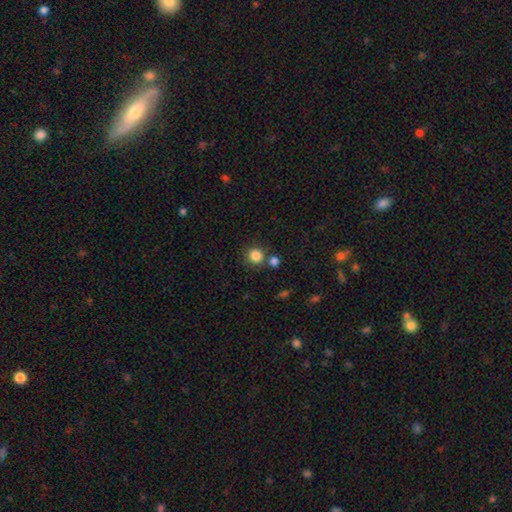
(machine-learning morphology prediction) A smooth galaxy with no disk features (84%) that is round (91%). Merging: none (74%).